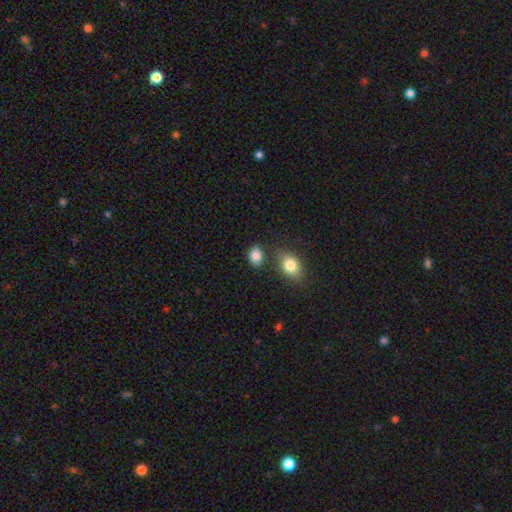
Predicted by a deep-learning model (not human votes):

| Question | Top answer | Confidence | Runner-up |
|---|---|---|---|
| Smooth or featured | smooth | 86% | star or artifact (9%) |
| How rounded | in between | 72% | round (27%) |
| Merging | none | 71% | minor disturbance (14%) |